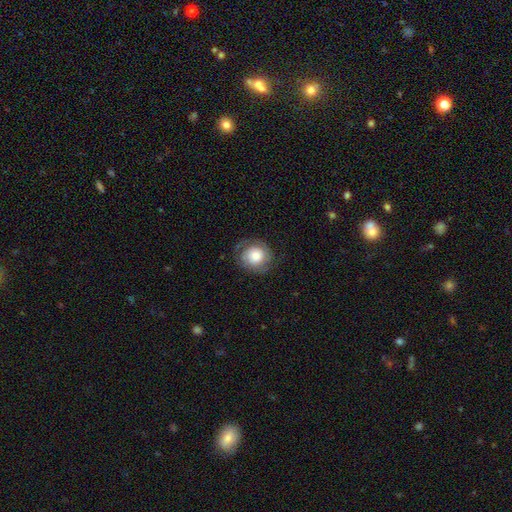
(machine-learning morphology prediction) Overall: smooth (54%; featured or disk 38%). How rounded: round (83%). Merging: none (70%).